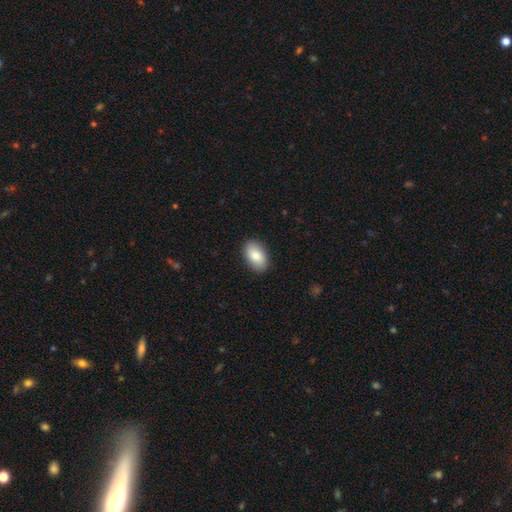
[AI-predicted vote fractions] Smooth or featured? Predicted: smooth (p=0.84). How rounded? Predicted: in between (p=0.93). Merging? Predicted: none (p=0.89).